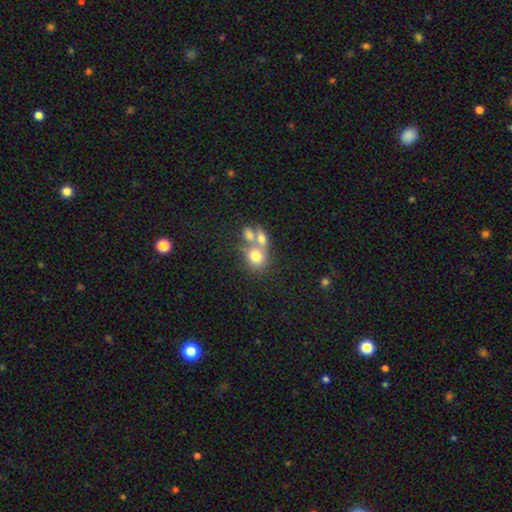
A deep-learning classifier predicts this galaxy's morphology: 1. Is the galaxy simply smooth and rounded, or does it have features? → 70% smooth, 19% featured or disk, 12% star or artifact.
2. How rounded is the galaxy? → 67% round, 32% in between, 1% cigar-shaped.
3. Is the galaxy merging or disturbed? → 56% merger, 31% none, 8% minor disturbance, 6% major disturbance.